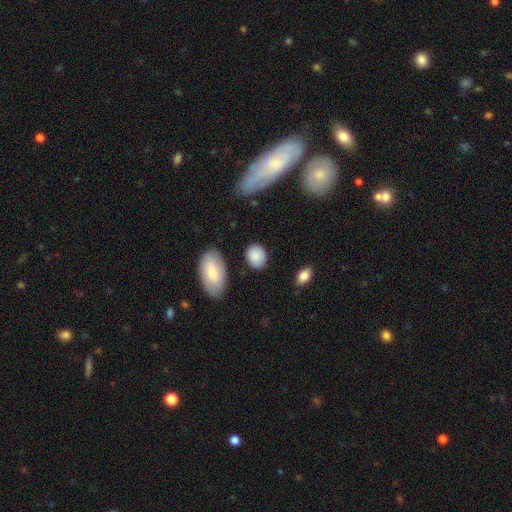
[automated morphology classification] smooth 86%, star or artifact 7%, featured or disk 7%. Down the decision tree: how rounded — in between (60%); merging — none (79%).